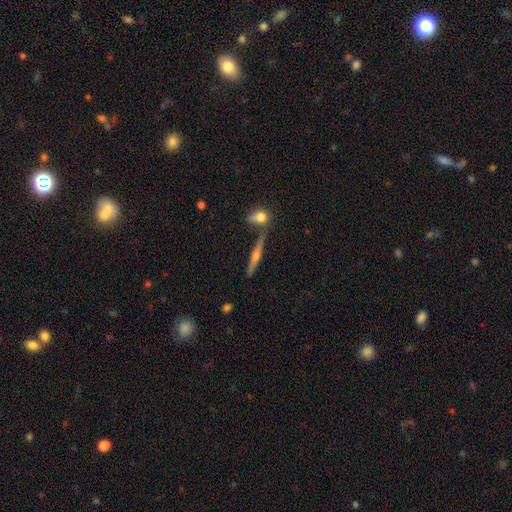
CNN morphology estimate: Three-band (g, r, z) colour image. It shows a featured or disk galaxy (74%) viewed edge-on (97%) with a rounded central bulge (87%). Merging: none (79%).